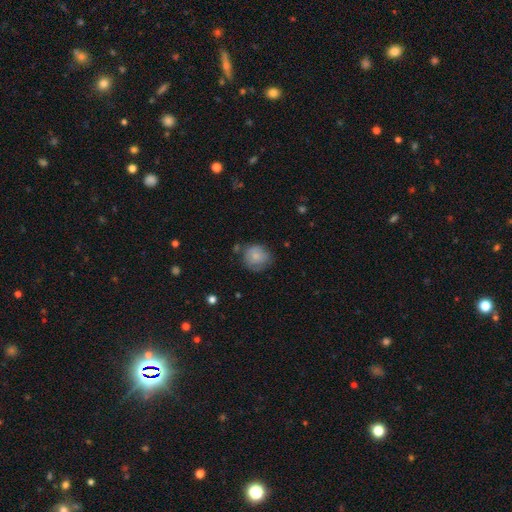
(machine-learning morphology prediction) smooth_or_featured: smooth (p=0.76) [alt: featured or disk p=0.16]
how_rounded: round (p=0.86) [alt: in between p=0.13]
merging: none (p=0.65) [alt: minor disturbance p=0.24]